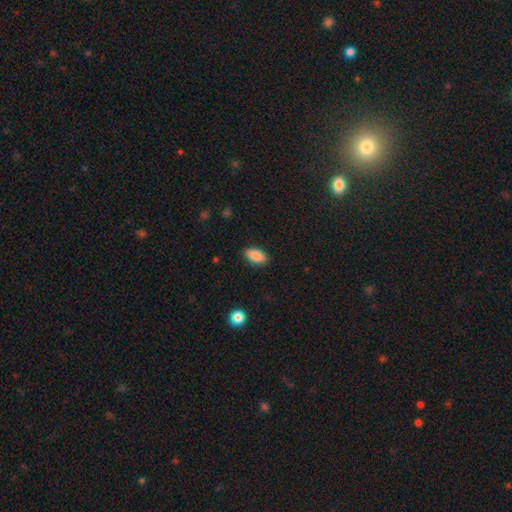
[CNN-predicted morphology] This appears to be a smooth galaxy with no disk features (89%) that is in between round and cigar-shaped (93%). Merging: none (88%).